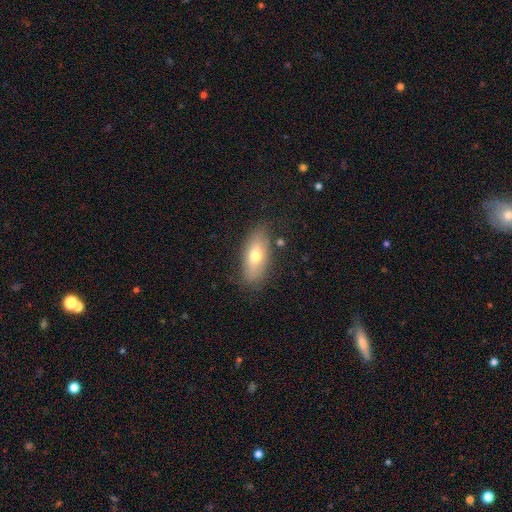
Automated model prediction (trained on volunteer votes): A smooth galaxy with no disk features (68%) that is in between round and cigar-shaped (83%).

Vote fractions:
- Smooth or featured? smooth: 68% / featured or disk: 25% / star or artifact: 8%
- How rounded? in between: 83% / cigar-shaped: 12% / round: 5%
- Merging? none: 79% / minor disturbance: 15% / major disturbance: 4% / merger: 2%